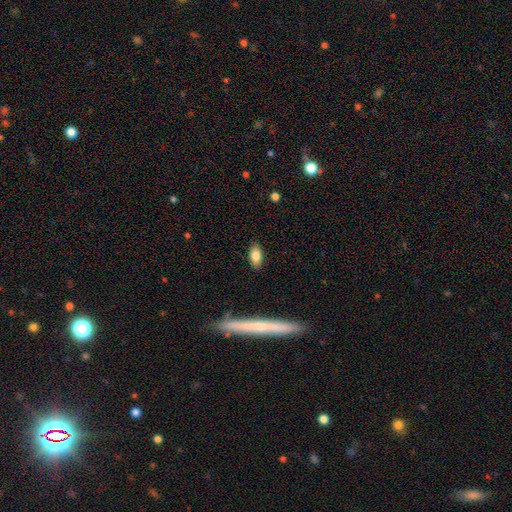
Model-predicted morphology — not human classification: The model was most divided on "smooth or featured": smooth: 81%, featured or disk: 12%, star or artifact: 8%. More confident: how rounded — in between (88%); merging — none (87%).